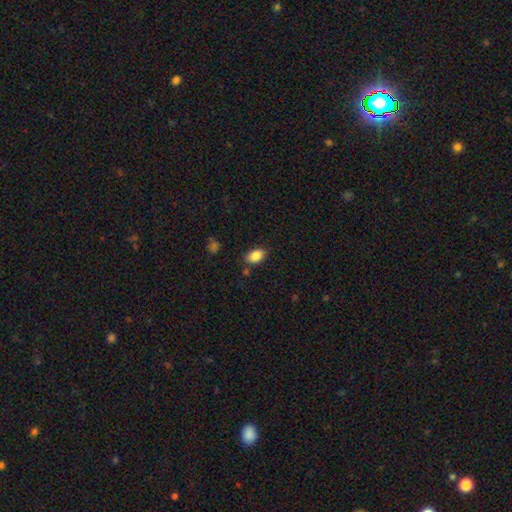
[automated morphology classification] This is clearly a smooth galaxy (87%). How rounded: clearly in between (88%). Merging: clearly none (82%).